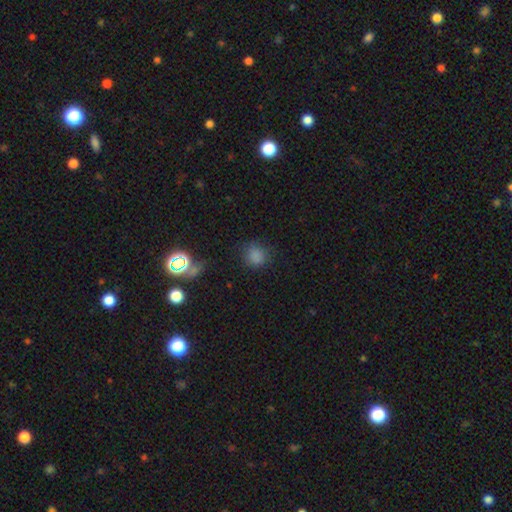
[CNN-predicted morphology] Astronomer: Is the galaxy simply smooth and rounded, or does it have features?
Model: smooth — 78%.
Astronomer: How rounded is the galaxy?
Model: round — 84%.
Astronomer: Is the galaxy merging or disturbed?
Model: none — 79%.